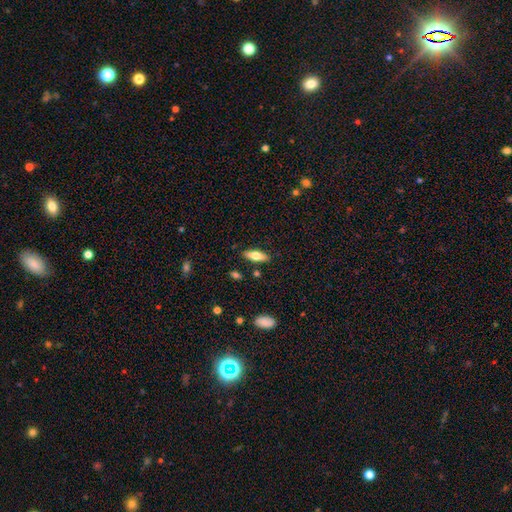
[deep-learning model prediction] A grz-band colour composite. It shows a smooth galaxy with no disk features (63%) that is in between round and cigar-shaped (63%). Merging: none (86%).